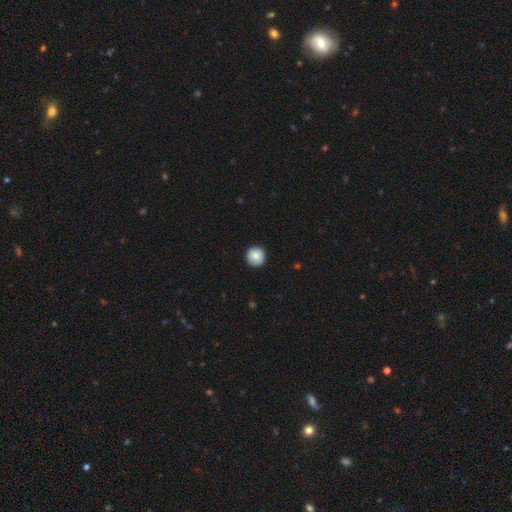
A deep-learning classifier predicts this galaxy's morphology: A smooth galaxy with no disk features (85%) that is round (94%).

Vote fractions:
- Smooth or featured? smooth: 85% / star or artifact: 8% / featured or disk: 7%
- How rounded? round: 94% / in between: 5% / cigar-shaped: 1%
- Merging? none: 90% / minor disturbance: 8% / major disturbance: 2% / merger: 1%